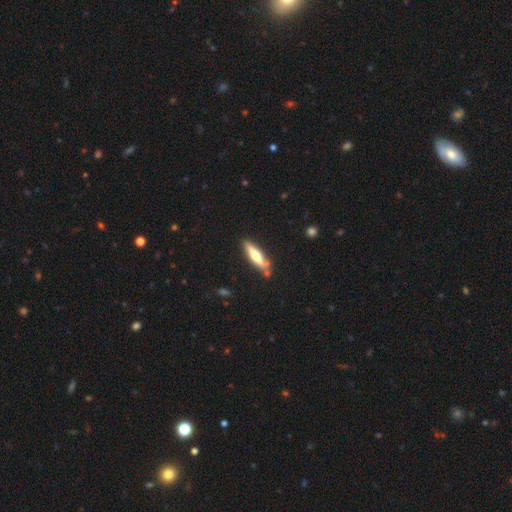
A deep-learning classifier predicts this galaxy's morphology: Smooth or featured: smooth — 51% (featured or disk — 44%)
How rounded: cigar-shaped — 76% (in between — 23%)
Merging: none — 78% (minor disturbance — 14%)